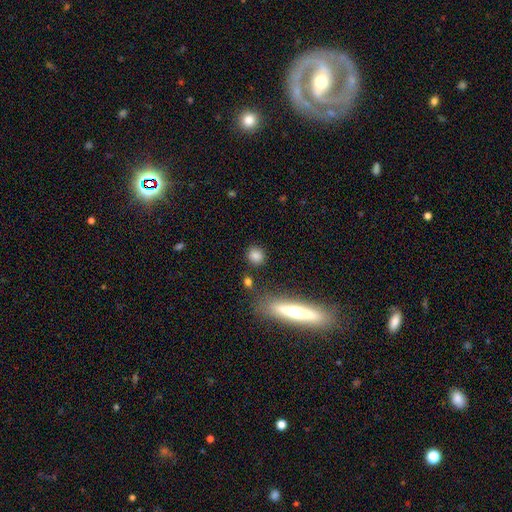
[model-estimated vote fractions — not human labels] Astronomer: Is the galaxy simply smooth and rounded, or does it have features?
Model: smooth — 82%.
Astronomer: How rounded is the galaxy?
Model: round — 78%.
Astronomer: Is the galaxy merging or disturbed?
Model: none — 82%.